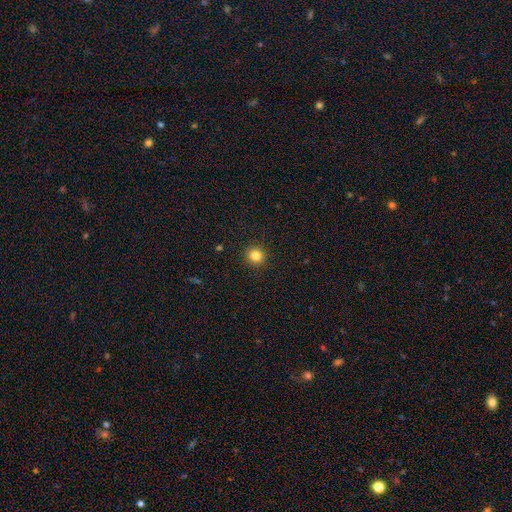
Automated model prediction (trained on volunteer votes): Smooth or featured?
  - smooth: 84% *
  - star or artifact: 11%
  - featured or disk: 5%
How rounded?
  - round: 94% *
  - in between: 5%
  - cigar-shaped: 1%
Merging?
  - none: 92% *
  - minor disturbance: 5%
  - major disturbance: 2%
  - merger: 1%